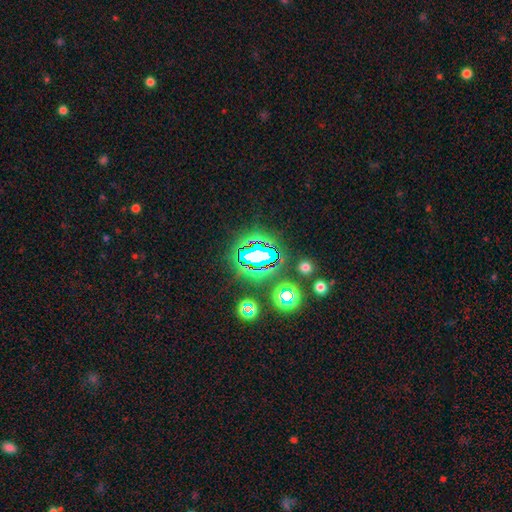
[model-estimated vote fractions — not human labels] Overall: star or artifact (66%).